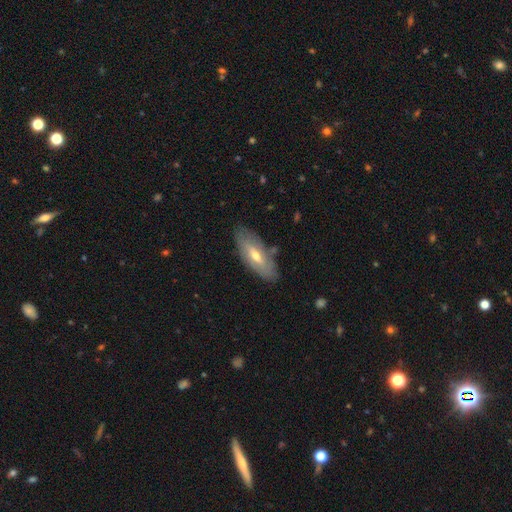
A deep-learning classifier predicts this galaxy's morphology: The model was most divided on "smooth or featured": featured or disk: 53%, smooth: 40%, star or artifact: 7%. More confident: merging — none (81%); edge-on disk — no (70%).